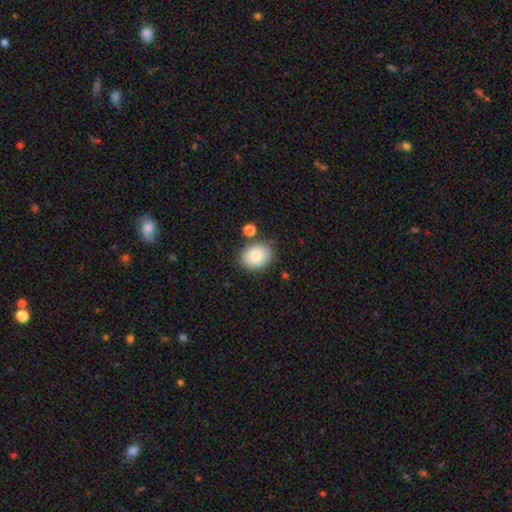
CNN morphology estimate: A smooth galaxy with no disk features (83%) that is in between round and cigar-shaped (54%).

Vote fractions:
- Smooth or featured? smooth: 83% / featured or disk: 9% / star or artifact: 8%
- How rounded? in between: 54% / round: 45% / cigar-shaped: 1%
- Merging? none: 78% / minor disturbance: 12% / merger: 7% / major disturbance: 3%